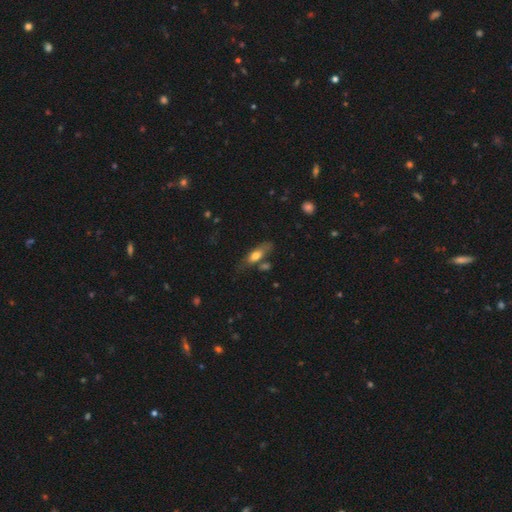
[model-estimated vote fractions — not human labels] Smooth or featured?
  - smooth: 67% *
  - featured or disk: 26%
  - star or artifact: 7%
How rounded?
  - in between: 66% *
  - cigar-shaped: 30%
  - round: 3%
Merging?
  - none: 56% *
  - minor disturbance: 22%
  - merger: 13%
  - major disturbance: 9%